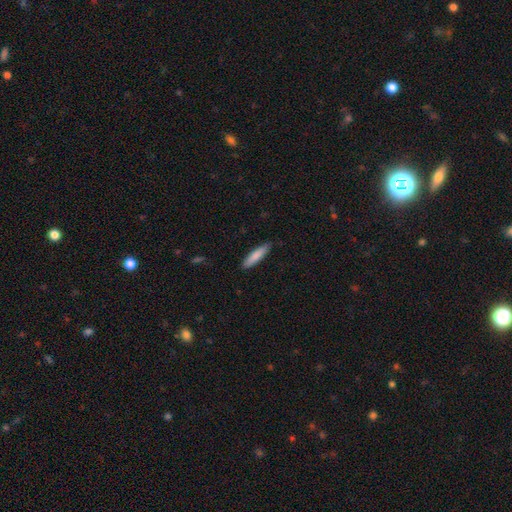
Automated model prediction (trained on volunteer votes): Overall: smooth (84%). How rounded: cigar-shaped (80%). Merging: none (86%).